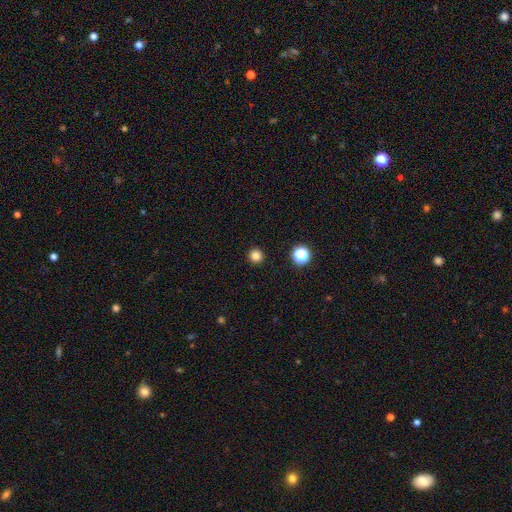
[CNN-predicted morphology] A smooth galaxy with no disk features (82%) that is round (95%).

Vote fractions:
- Smooth or featured? smooth: 82% / star or artifact: 14% / featured or disk: 4%
- How rounded? round: 95% / in between: 4% / cigar-shaped: 1%
- Merging? none: 93% / minor disturbance: 4% / major disturbance: 2% / merger: 1%